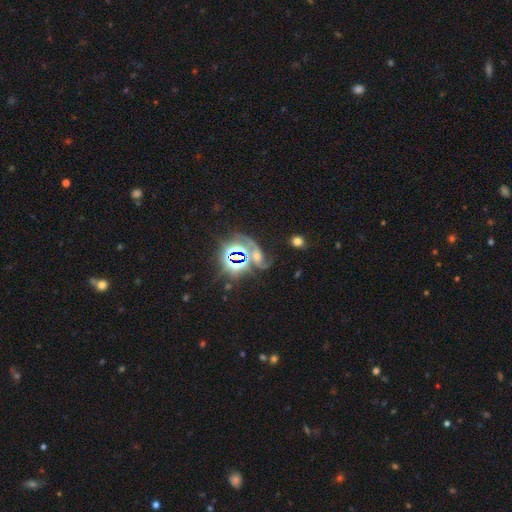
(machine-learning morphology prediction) type=star or artifact (50%).